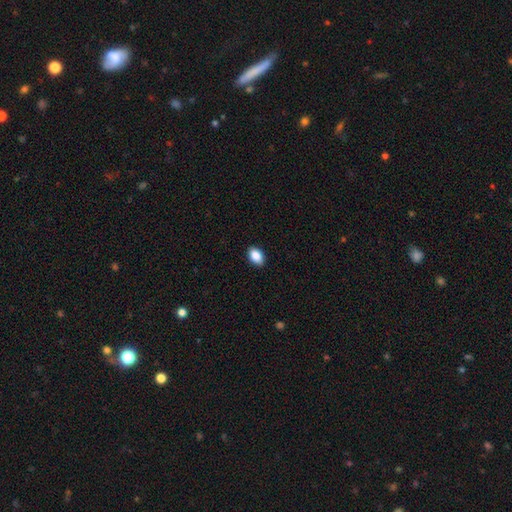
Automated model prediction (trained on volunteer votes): This is clearly a smooth galaxy (88%). How rounded: clearly in between (88%). Merging: clearly none (89%).